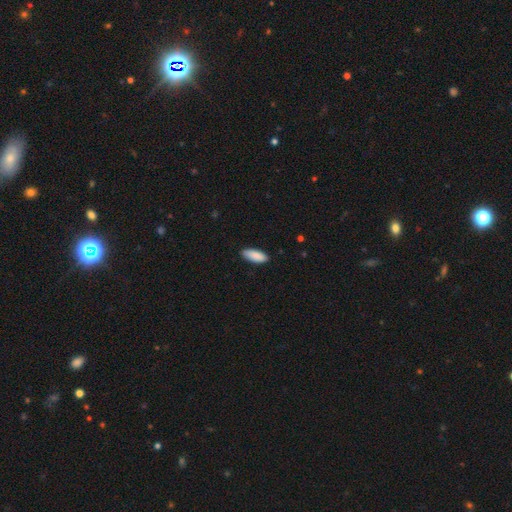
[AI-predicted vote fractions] smooth 90%, star or artifact 6%, featured or disk 5%. Down the decision tree: how rounded — in between (76%); merging — none (87%).